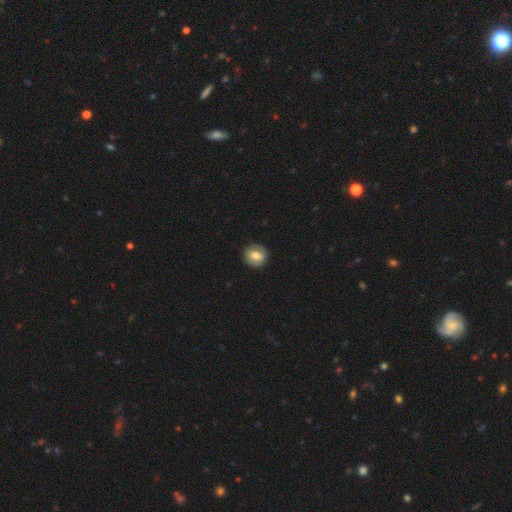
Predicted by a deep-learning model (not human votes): Smooth or featured? smooth (66%)
How rounded? round (81%)
Merging? none (87%)